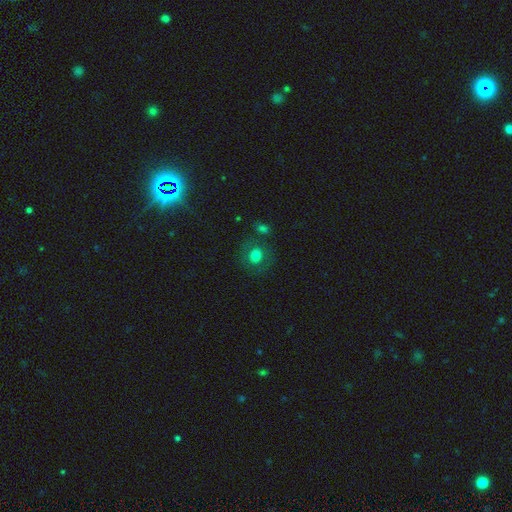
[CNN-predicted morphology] smooth-or-featured: smooth: 70% | featured or disk: 18% | star or artifact: 12%
  how-rounded: round: 77% | in between: 22% | cigar-shaped: 1%
  merging: none: 76% | minor disturbance: 11% | merger: 6% | major disturbance: 6%